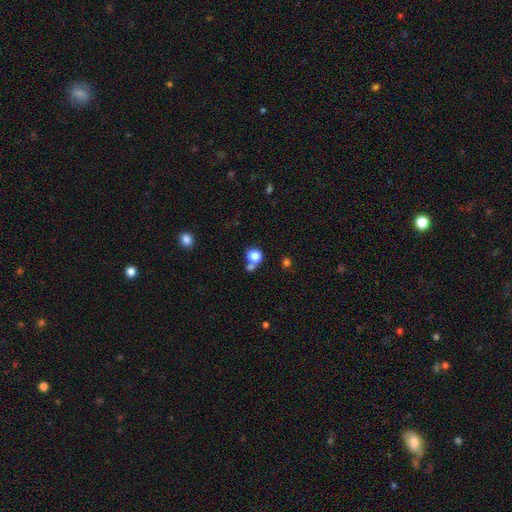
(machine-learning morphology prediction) Smooth or featured?
  - smooth: 81% *
  - star or artifact: 13%
  - featured or disk: 6%
How rounded?
  - round: 83% *
  - in between: 16%
  - cigar-shaped: 1%
Merging?
  - none: 54% *
  - merger: 32%
  - minor disturbance: 9%
  - major disturbance: 5%